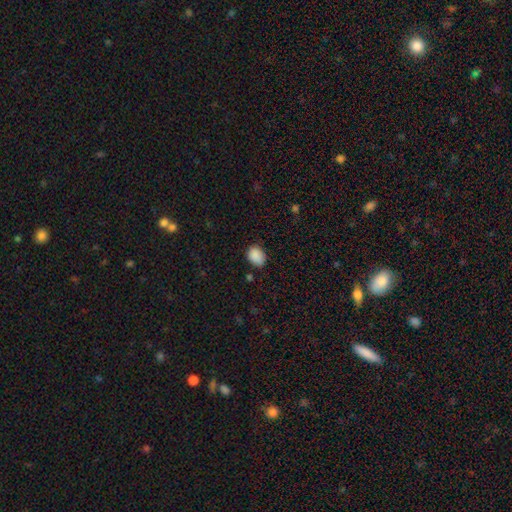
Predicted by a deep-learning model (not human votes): smooth 89%, star or artifact 8%, featured or disk 3%. Down the decision tree: how rounded — in between (60%); merging — none (77%).